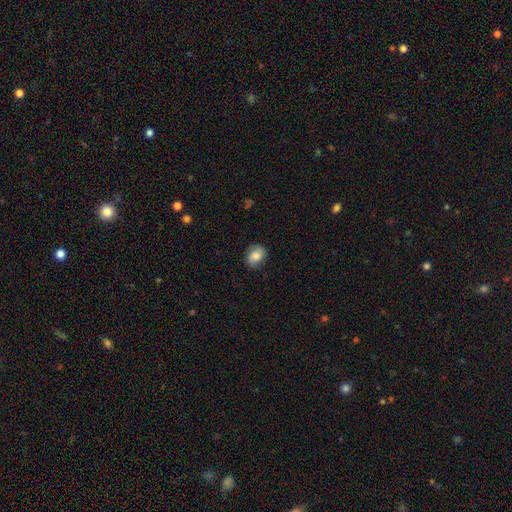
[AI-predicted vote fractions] smooth-or-featured: smooth: 74% | featured or disk: 17% | star or artifact: 8%
  how-rounded: round: 57% | in between: 42% | cigar-shaped: 1%
  merging: none: 80% | minor disturbance: 16% | major disturbance: 3% | merger: 1%